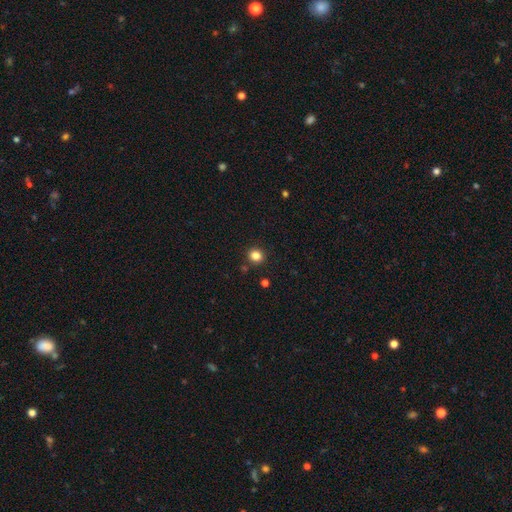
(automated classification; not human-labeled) Smooth or featured? Predicted: smooth (p=0.83). How rounded? Predicted: round (p=0.85). Merging? Predicted: none (p=0.89).